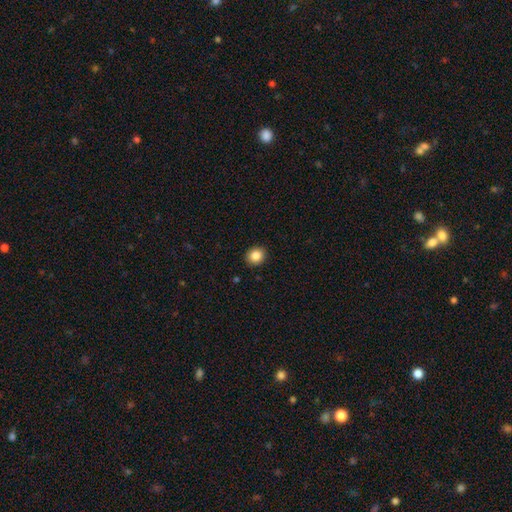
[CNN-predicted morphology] smooth-or-featured: smooth: 86% | star or artifact: 10% | featured or disk: 4%
  how-rounded: round: 81% | in between: 18% | cigar-shaped: 1%
  merging: none: 92% | minor disturbance: 5% | major disturbance: 2% | merger: 1%